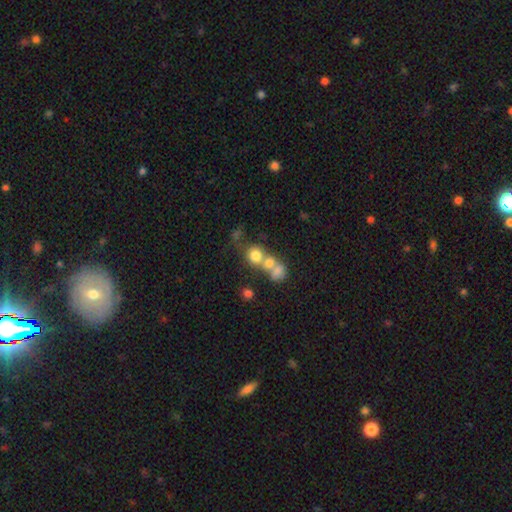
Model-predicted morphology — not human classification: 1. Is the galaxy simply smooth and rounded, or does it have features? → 72% smooth, 15% featured or disk, 12% star or artifact.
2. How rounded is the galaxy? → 81% round, 18% in between, 1% cigar-shaped.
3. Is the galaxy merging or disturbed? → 54% merger, 33% none, 7% minor disturbance, 6% major disturbance.